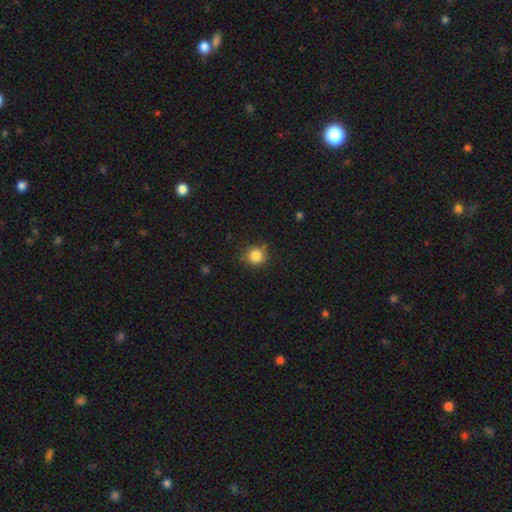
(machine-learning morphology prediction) Overall: smooth (84%). How rounded: round (90%). Merging: none (78%).